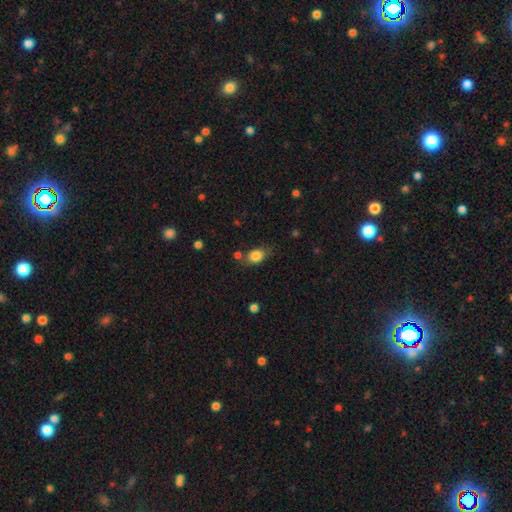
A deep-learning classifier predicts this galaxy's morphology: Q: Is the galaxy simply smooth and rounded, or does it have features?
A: smooth — 83%.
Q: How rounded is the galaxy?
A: in between — 68%.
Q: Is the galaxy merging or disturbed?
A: none — 65%.